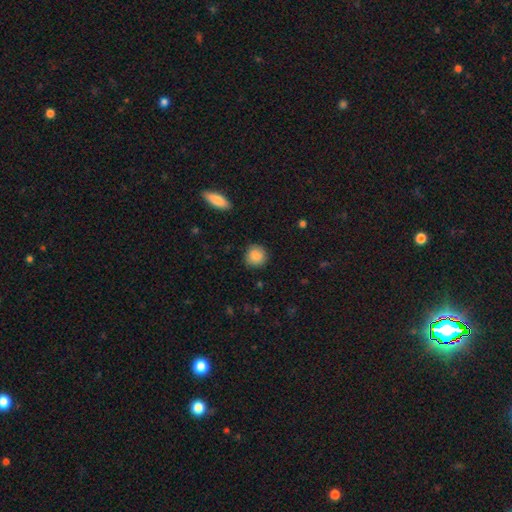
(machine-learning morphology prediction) smooth-or-featured: smooth: 86% | star or artifact: 8% | featured or disk: 6%
  how-rounded: round: 87% | in between: 12% | cigar-shaped: 1%
  merging: none: 84% | minor disturbance: 12% | major disturbance: 3% | merger: 2%